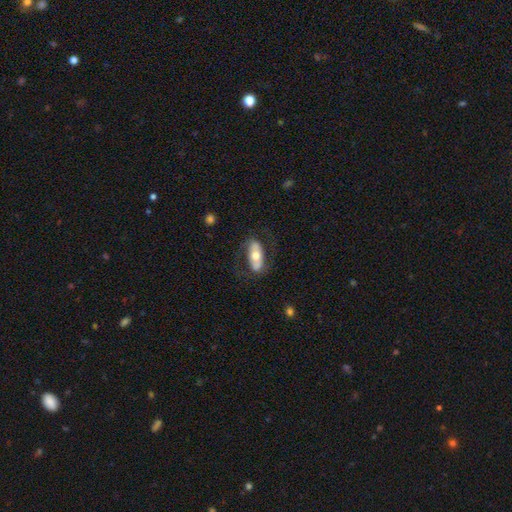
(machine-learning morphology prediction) Smooth or featured: smooth — 52% (featured or disk — 42%)
How rounded: in between — 79% (cigar-shaped — 18%)
Merging: none — 73% (minor disturbance — 16%)